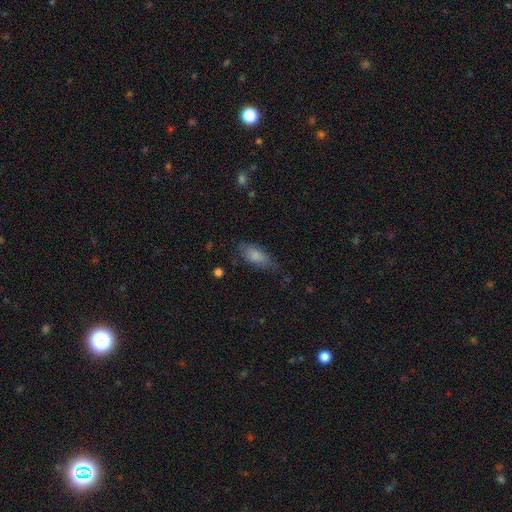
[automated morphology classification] The model was most divided on "merging": none: 62%, minor disturbance: 28%, major disturbance: 8%, merger: 2%. More confident: how rounded — in between (83%); smooth or featured — smooth (81%).